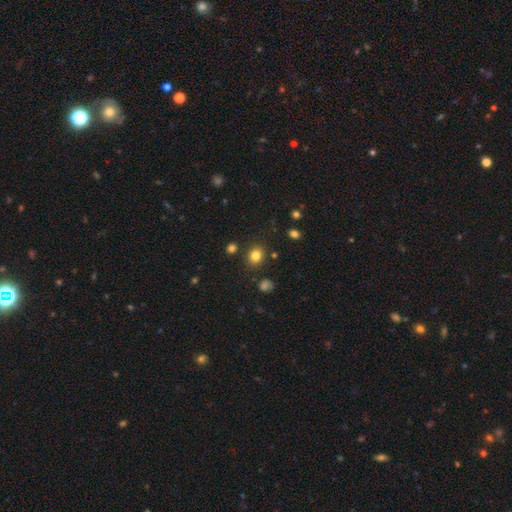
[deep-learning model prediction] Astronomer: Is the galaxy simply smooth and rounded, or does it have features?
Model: smooth — 81%.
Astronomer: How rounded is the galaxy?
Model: round — 69%.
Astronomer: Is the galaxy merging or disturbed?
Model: none — 85%.